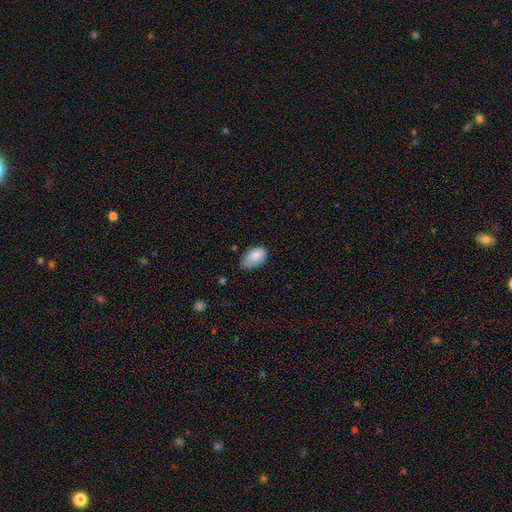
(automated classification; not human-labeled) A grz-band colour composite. It shows a smooth galaxy with no disk features (84%) that is in between round and cigar-shaped (91%). Merging: none (46%).